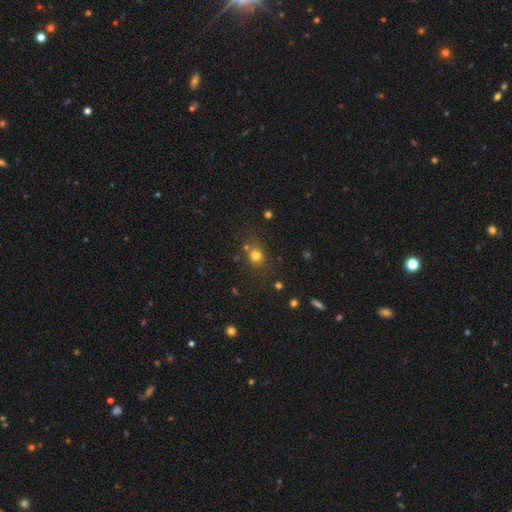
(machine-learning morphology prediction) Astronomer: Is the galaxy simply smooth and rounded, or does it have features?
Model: smooth — 75%.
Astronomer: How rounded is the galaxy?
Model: round — 82%.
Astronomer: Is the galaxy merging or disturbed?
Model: none — 73%.